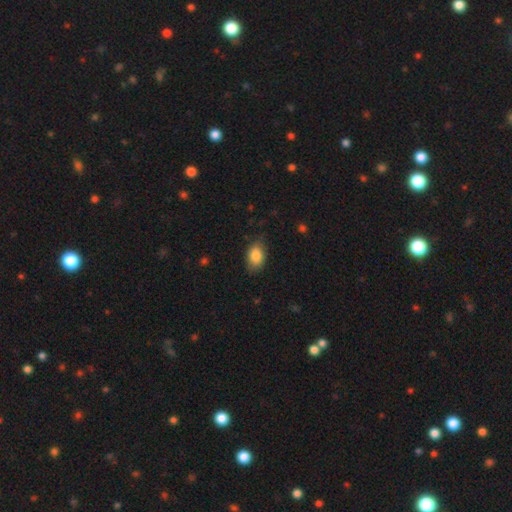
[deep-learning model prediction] Q: Smooth or featured?
A: smooth (85%); runner-up: featured or disk (8%)
Q: How rounded?
A: in between (88%); runner-up: round (10%)
Q: Merging?
A: none (78%); runner-up: minor disturbance (17%)